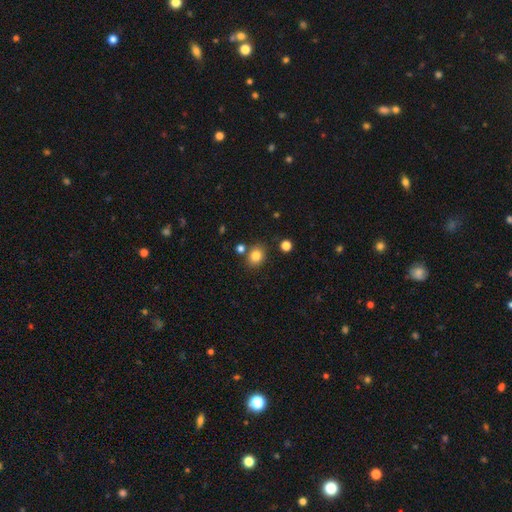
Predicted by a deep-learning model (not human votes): A smooth galaxy with no disk features (81%) that is round (62%).

Vote fractions:
- Smooth or featured? smooth: 81% / star or artifact: 12% / featured or disk: 7%
- How rounded? round: 62% / in between: 37% / cigar-shaped: 1%
- Merging? none: 79% / minor disturbance: 11% / merger: 8% / major disturbance: 3%